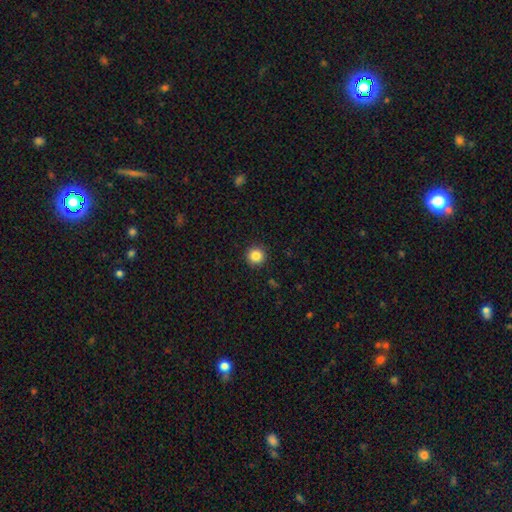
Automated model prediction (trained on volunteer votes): This is clearly a smooth galaxy (85%). How rounded: clearly round (96%). Merging: clearly none (93%).